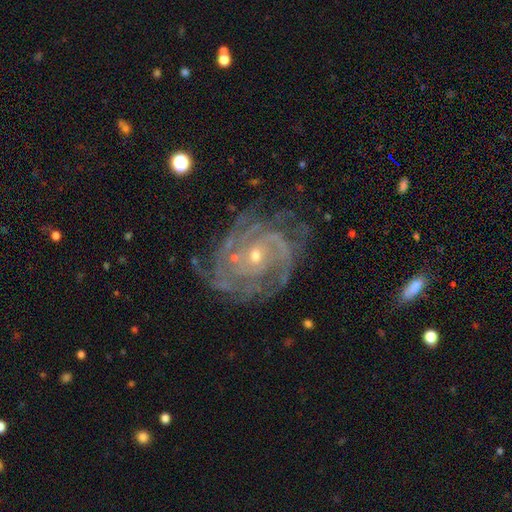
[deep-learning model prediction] Smooth or featured? Predicted: featured or disk (p=0.89). Edge-on disk? Predicted: no (p=0.97). Bar? Predicted: no (p=0.71). Spiral arms? Predicted: yes (p=0.97). Spiral winding? Predicted: tight (p=0.66). Spiral arm count? Predicted: can't tell (p=0.25). Bulge size? Predicted: small (p=0.70). Merging? Predicted: none (p=0.69).